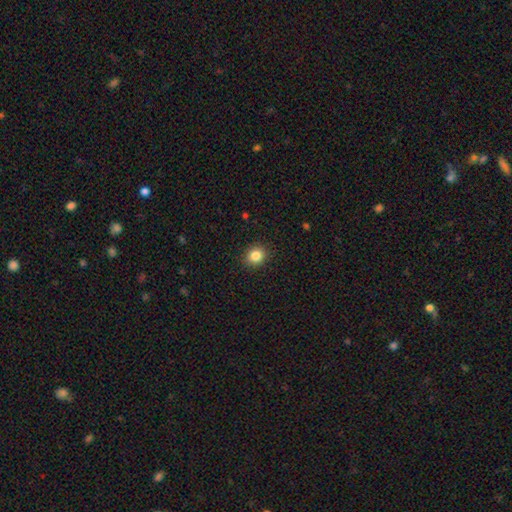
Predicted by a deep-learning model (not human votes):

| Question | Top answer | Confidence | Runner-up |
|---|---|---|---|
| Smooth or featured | smooth | 85% | star or artifact (10%) |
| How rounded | round | 71% | in between (28%) |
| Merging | none | 90% | minor disturbance (7%) |